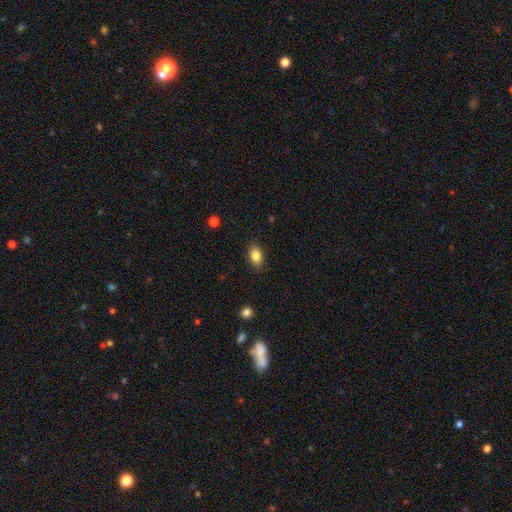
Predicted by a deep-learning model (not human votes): Smooth or featured? smooth (85%)
How rounded? in between (85%)
Merging? none (87%)